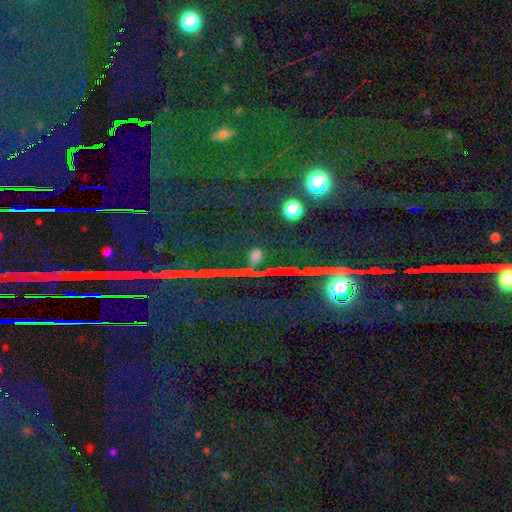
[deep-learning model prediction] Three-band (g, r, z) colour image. It shows a star or artifact, not a galaxy (56%).